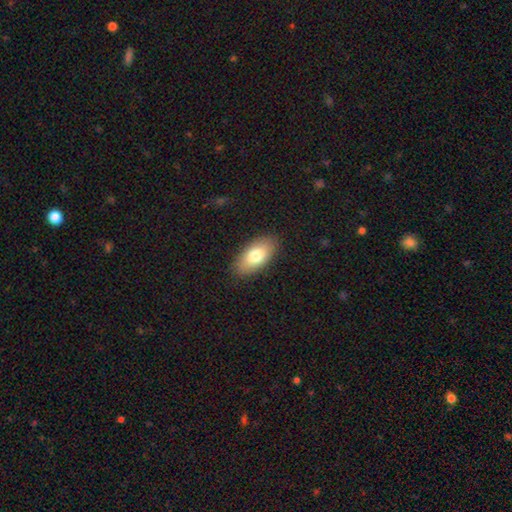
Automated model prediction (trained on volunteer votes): Smooth or featured: smooth — 77% (featured or disk — 17%)
How rounded: in between — 91% (cigar-shaped — 6%)
Merging: none — 87% (minor disturbance — 10%)